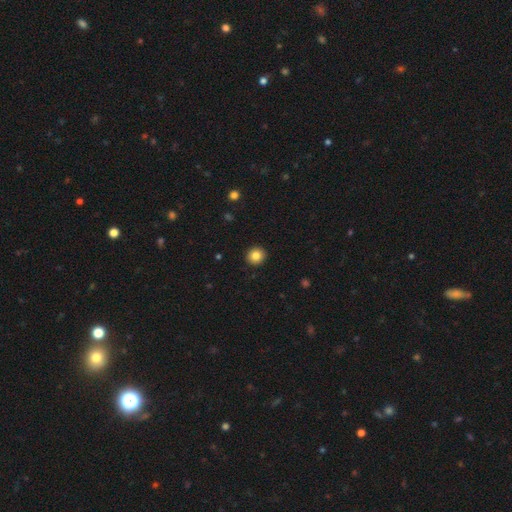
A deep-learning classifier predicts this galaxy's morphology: smooth 83%, star or artifact 10%, featured or disk 7%. Down the decision tree: how rounded — round (90%); merging — none (92%).